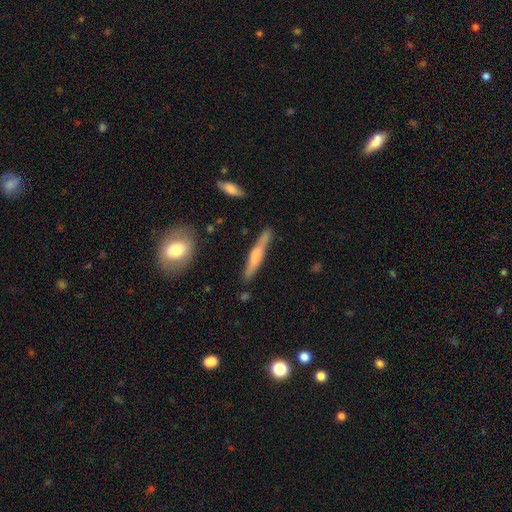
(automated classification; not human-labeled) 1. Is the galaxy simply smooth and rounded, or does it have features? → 49% featured or disk, 45% smooth, 6% star or artifact.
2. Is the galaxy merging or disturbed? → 84% none, 11% minor disturbance, 3% merger, 2% major disturbance.